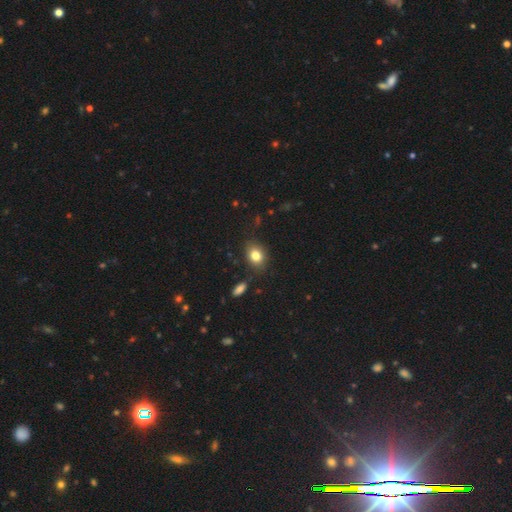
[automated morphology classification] type=smooth (82%); roundness=in between (60%); merging=none (82%).